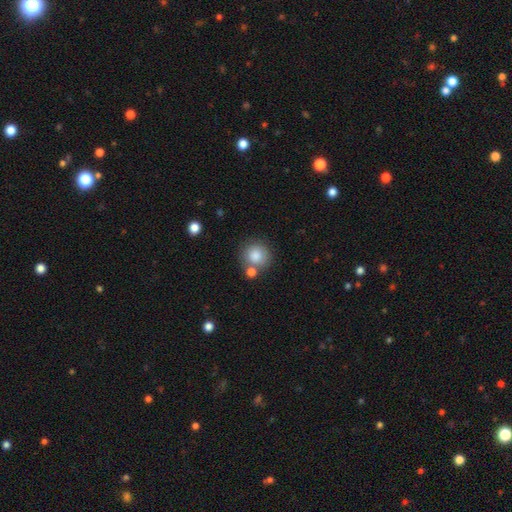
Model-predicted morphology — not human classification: type=smooth (84%); roundness=round (91%); merging=none (68%).